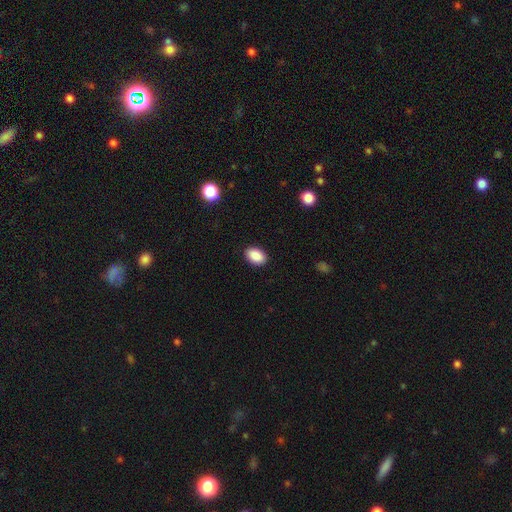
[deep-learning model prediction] A smooth galaxy with no disk features (90%) that is in between round and cigar-shaped (89%).

Vote fractions:
- Smooth or featured? smooth: 90% / star or artifact: 7% / featured or disk: 3%
- How rounded? in between: 89% / round: 10% / cigar-shaped: 1%
- Merging? none: 89% / minor disturbance: 8% / major disturbance: 2% / merger: 1%